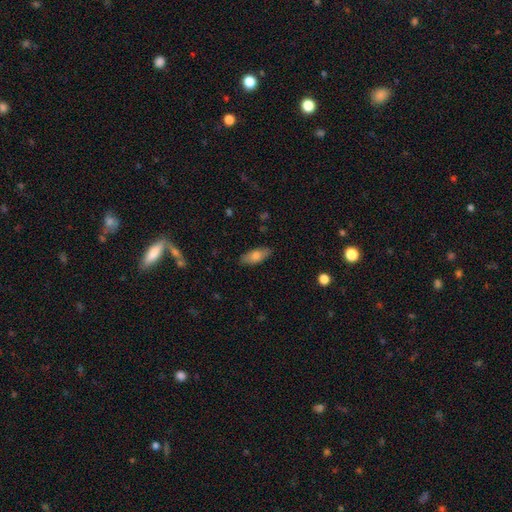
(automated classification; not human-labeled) Smooth or featured? Predicted: smooth (p=0.76). How rounded? Predicted: in between (p=0.82). Merging? Predicted: none (p=0.85).